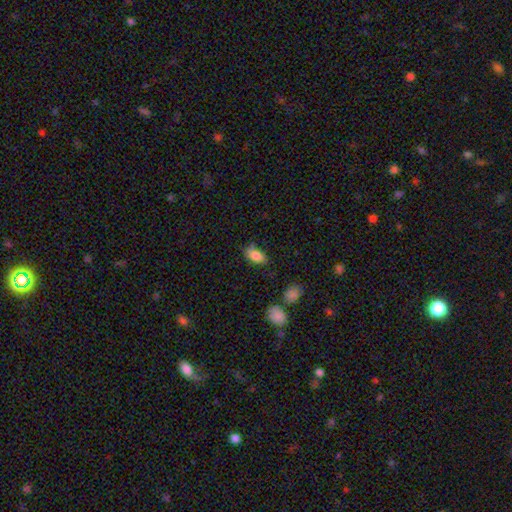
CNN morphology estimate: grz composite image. It shows a smooth galaxy with no disk features (83%) that is in between round and cigar-shaped (90%). Merging: none (60%).